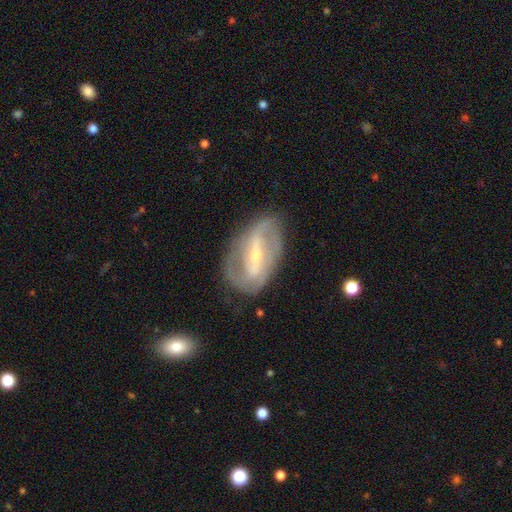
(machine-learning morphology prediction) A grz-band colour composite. It shows a featured or disk galaxy (84%) with a strong bar (59%), 2 (69%) medium (42%) spiral arms (87%) and a small central bulge (59%). Merging: none (73%).